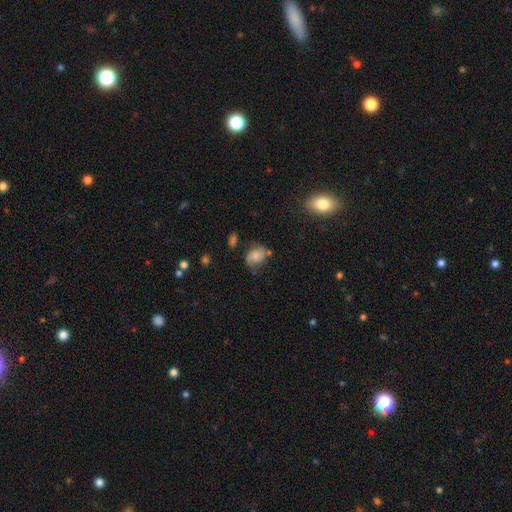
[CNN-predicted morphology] Smooth or featured?
  - smooth: 53% *
  - featured or disk: 36%
  - star or artifact: 10%
How rounded?
  - in between: 60% *
  - round: 39%
  - cigar-shaped: 1%
Merging?
  - none: 52% *
  - minor disturbance: 29%
  - major disturbance: 13%
  - merger: 6%